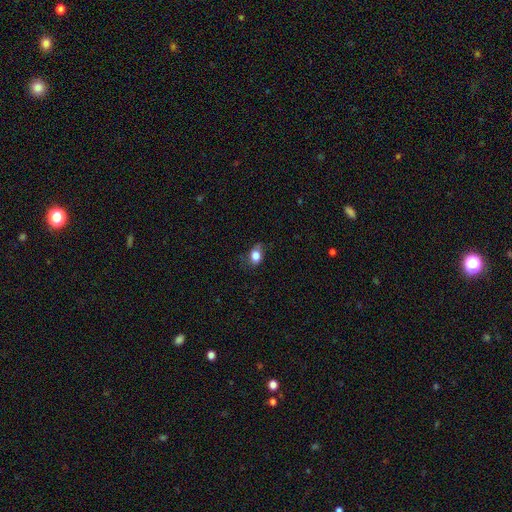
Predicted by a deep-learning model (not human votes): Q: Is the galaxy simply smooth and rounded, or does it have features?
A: smooth — 80%.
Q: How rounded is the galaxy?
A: in between — 70%.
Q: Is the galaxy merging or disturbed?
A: none — 62%.